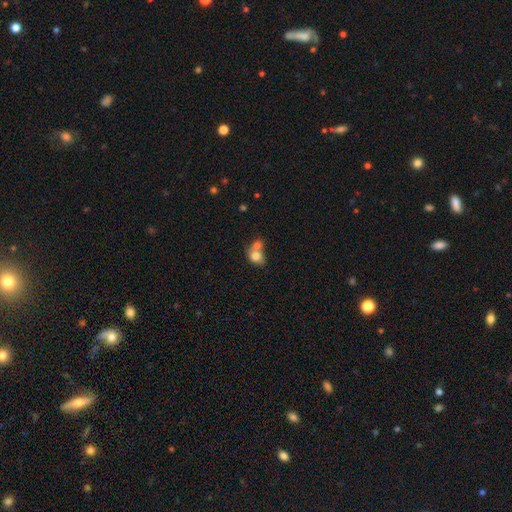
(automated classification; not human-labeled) smooth_or_featured: smooth (p=0.76) [alt: featured or disk p=0.15]
how_rounded: round (p=0.53) [alt: in between p=0.46]
merging: merger (p=0.66) [alt: none p=0.23]